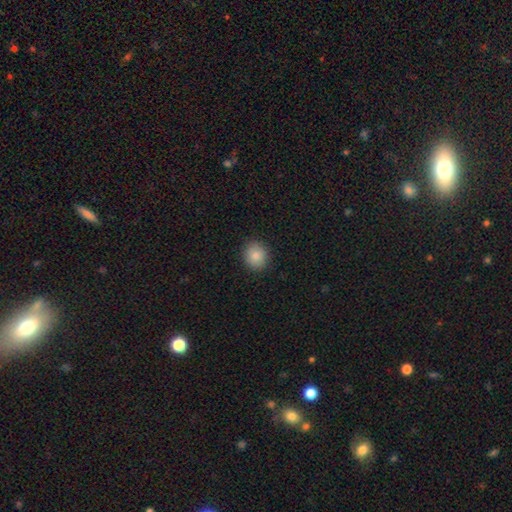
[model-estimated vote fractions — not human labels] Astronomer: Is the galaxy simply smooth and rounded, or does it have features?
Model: smooth — 86%.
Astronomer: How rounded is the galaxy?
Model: round — 75%.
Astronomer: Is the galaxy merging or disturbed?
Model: none — 90%.